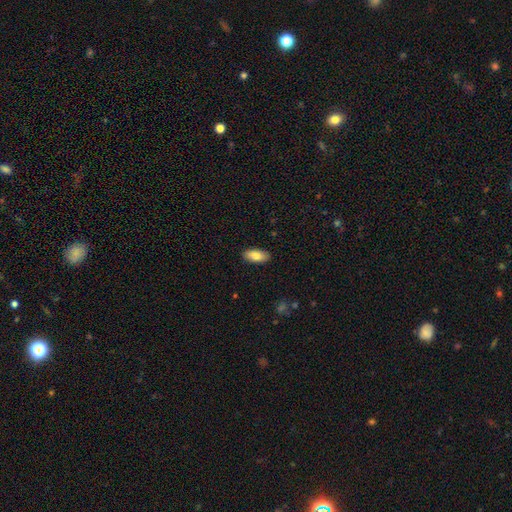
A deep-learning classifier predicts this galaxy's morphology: smooth-or-featured: smooth: 83% | featured or disk: 10% | star or artifact: 6%
  how-rounded: in between: 89% | cigar-shaped: 9% | round: 2%
  merging: none: 89% | minor disturbance: 9% | major disturbance: 2% | merger: 1%